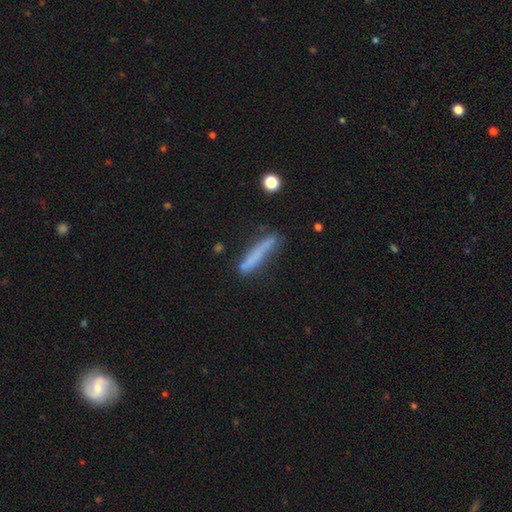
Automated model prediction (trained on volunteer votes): This appears to be a smooth galaxy with no disk features (66%) that is cigar-shaped (92%). Merging: none (67%).